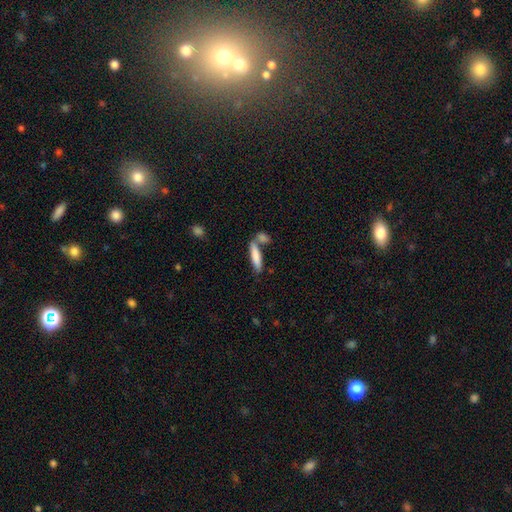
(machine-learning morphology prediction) Smooth or featured?
  - smooth: 81% *
  - featured or disk: 13%
  - star or artifact: 6%
How rounded?
  - cigar-shaped: 74% *
  - in between: 24%
  - round: 2%
Merging?
  - none: 56% *
  - merger: 29%
  - minor disturbance: 11%
  - major disturbance: 4%